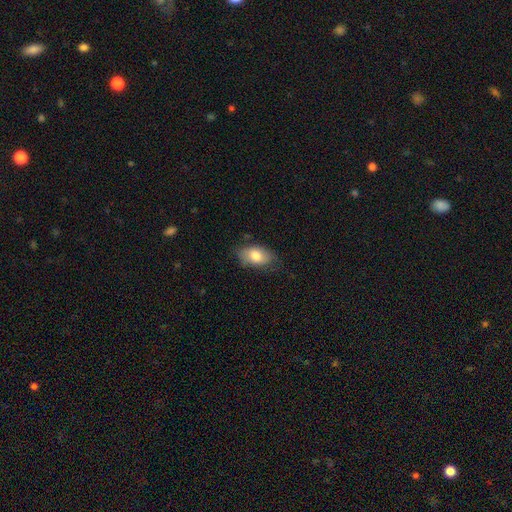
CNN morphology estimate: A smooth galaxy with no disk features (78%) that is in between round and cigar-shaped (90%). Merging: none (67%).